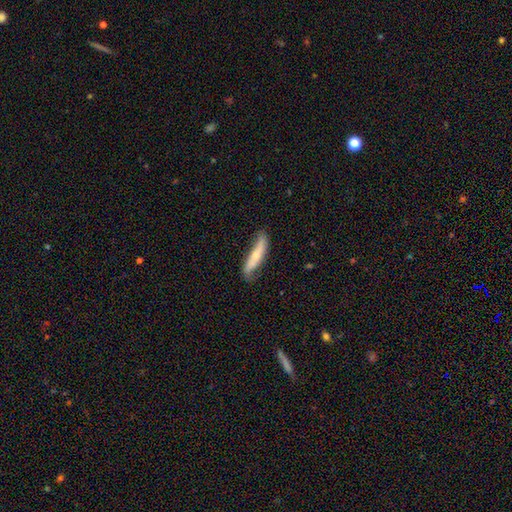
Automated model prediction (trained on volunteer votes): This appears to be a smooth galaxy with no disk features (48%). Merging: none (66%).